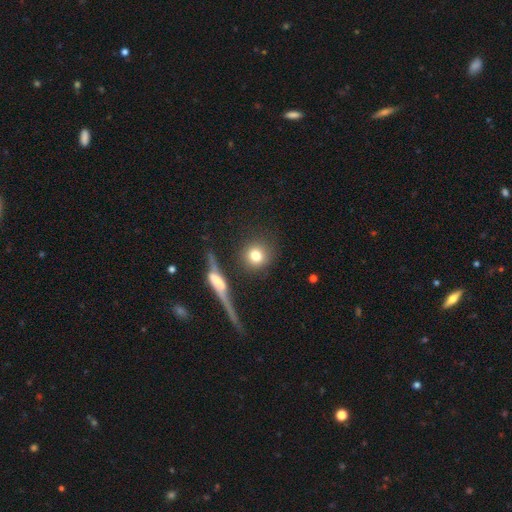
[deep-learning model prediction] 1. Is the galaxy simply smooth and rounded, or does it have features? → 77% smooth, 13% featured or disk, 10% star or artifact.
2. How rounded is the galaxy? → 89% round, 9% in between, 2% cigar-shaped.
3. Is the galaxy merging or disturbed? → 76% none, 10% minor disturbance, 9% merger, 5% major disturbance.